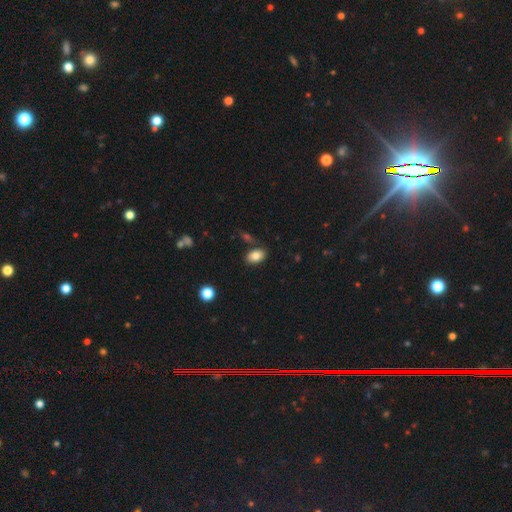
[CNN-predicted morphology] Q: Smooth or featured?
A: smooth (82%); runner-up: featured or disk (9%)
Q: How rounded?
A: in between (87%); runner-up: round (11%)
Q: Merging?
A: none (79%); runner-up: minor disturbance (12%)